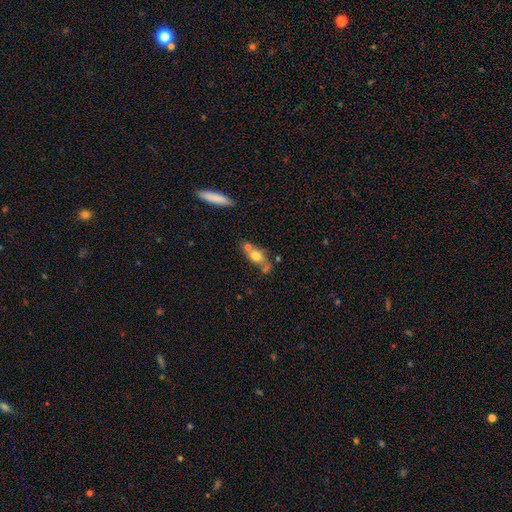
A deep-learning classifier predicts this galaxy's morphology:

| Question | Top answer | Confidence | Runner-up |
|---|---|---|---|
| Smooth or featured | smooth | 63% | featured or disk (28%) |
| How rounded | in between | 62% | round (19%) |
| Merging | none | 43% | merger (34%) |